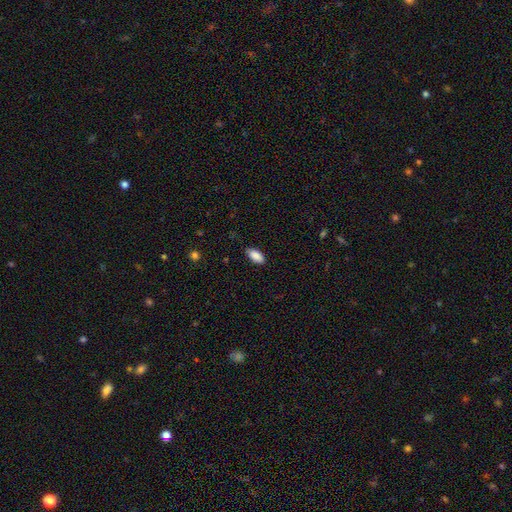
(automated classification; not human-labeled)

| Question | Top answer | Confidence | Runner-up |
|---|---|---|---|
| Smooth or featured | smooth | 89% | star or artifact (7%) |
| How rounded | in between | 90% | cigar-shaped (8%) |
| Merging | none | 84% | minor disturbance (13%) |